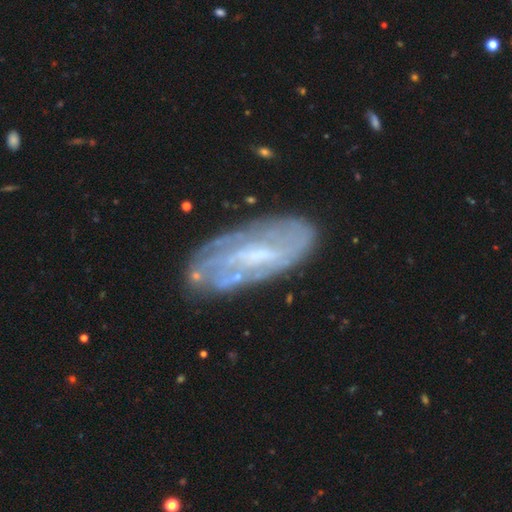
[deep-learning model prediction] Morphology: type=featured or disk (69%); edge-on=no (89%); bar=weak (43%); spiral arms=yes (63%); bulge=small (42%); merging=none (67%).